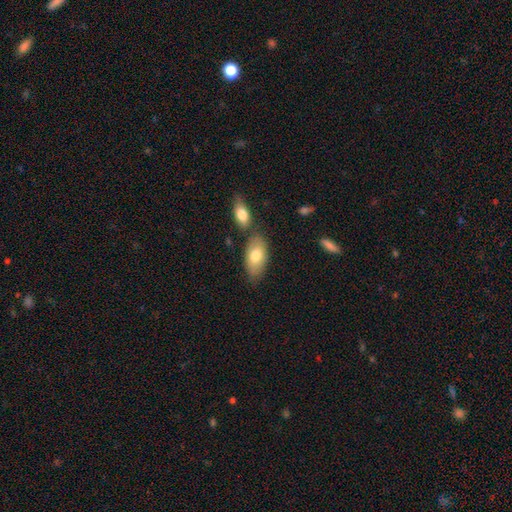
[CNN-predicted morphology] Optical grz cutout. It shows a smooth galaxy with no disk features (75%) that is in between round and cigar-shaped (92%). Merging: none (69%).